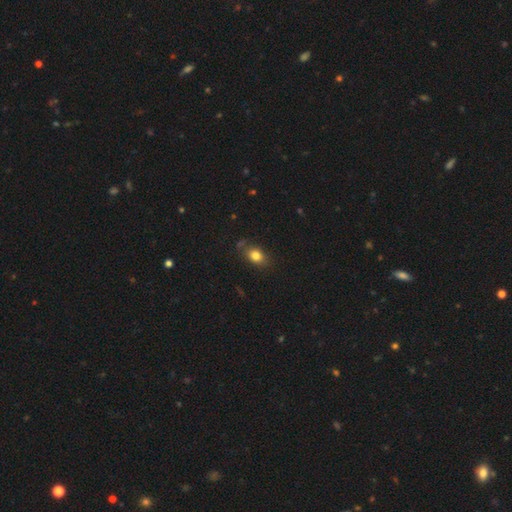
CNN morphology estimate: Smooth or featured: smooth — 81% (star or artifact — 11%)
How rounded: in between — 65% (round — 33%)
Merging: none — 75% (minor disturbance — 17%)